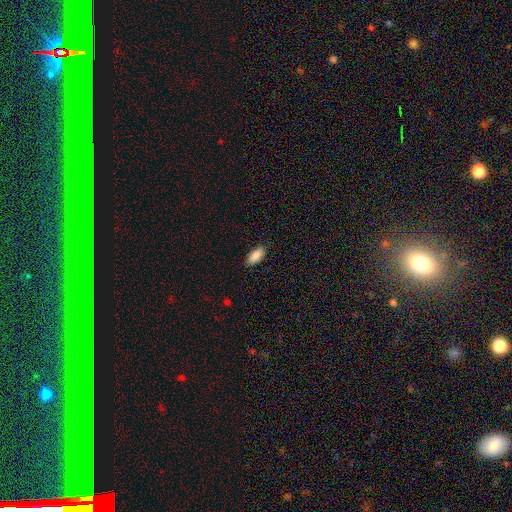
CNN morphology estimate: smooth_or_featured: smooth (p=0.89) [alt: star or artifact p=0.06]
how_rounded: in between (p=0.90) [alt: cigar-shaped p=0.08]
merging: none (p=0.86) [alt: minor disturbance p=0.11]